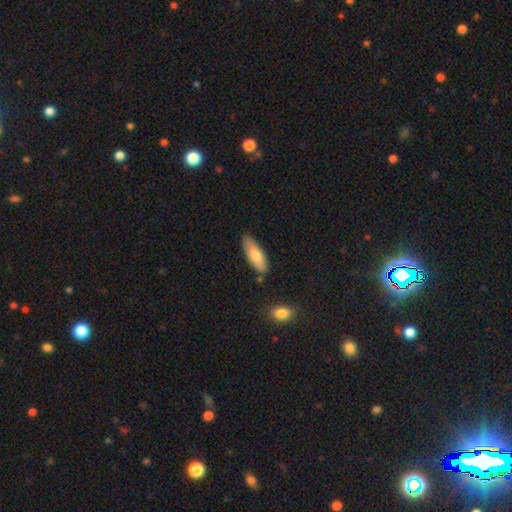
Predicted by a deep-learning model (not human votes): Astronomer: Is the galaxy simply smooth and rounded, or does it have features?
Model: smooth — 78%.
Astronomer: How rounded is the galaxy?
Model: in between — 60% (runner-up: cigar-shaped, 38%).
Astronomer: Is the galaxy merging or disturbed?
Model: none — 79%.